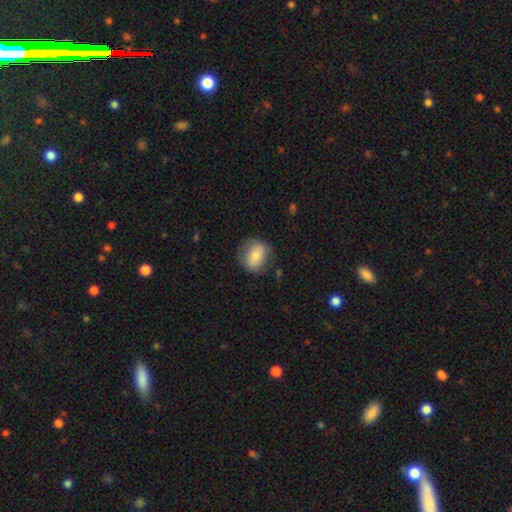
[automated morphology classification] smooth-or-featured: smooth: 71% | featured or disk: 22% | star or artifact: 7%
  how-rounded: round: 64% | in between: 35% | cigar-shaped: 1%
  merging: none: 74% | minor disturbance: 18% | major disturbance: 7% | merger: 1%